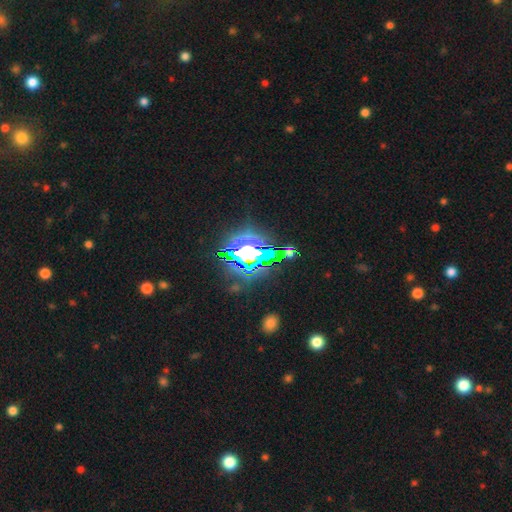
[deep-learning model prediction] The model was most divided on "smooth or featured": star or artifact: 78%, smooth: 11%, featured or disk: 10%.